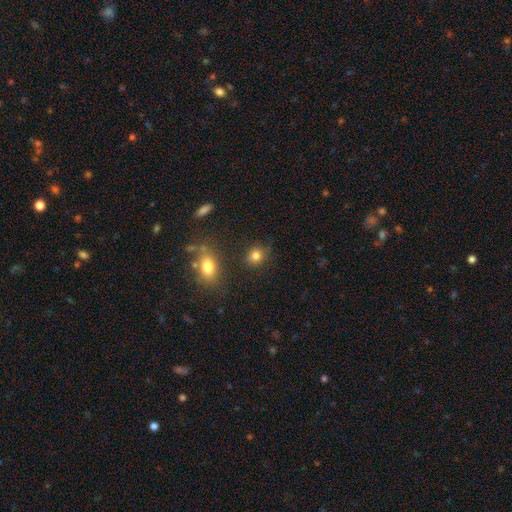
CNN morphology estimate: Overall: smooth (82%). How rounded: round (71%). Merging: none (76%).